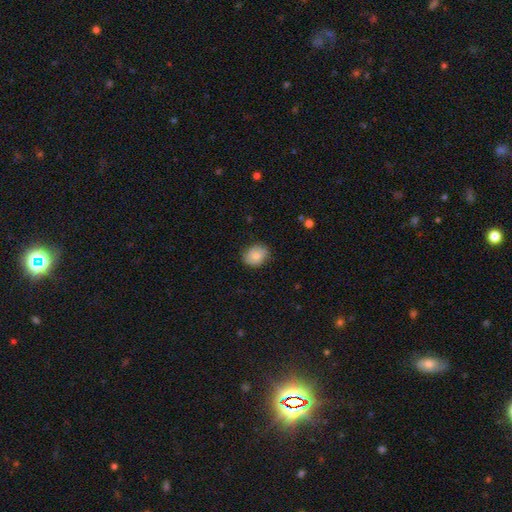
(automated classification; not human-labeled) Smooth or featured? smooth (80%)
How rounded? round (50%)
Merging? none (78%)